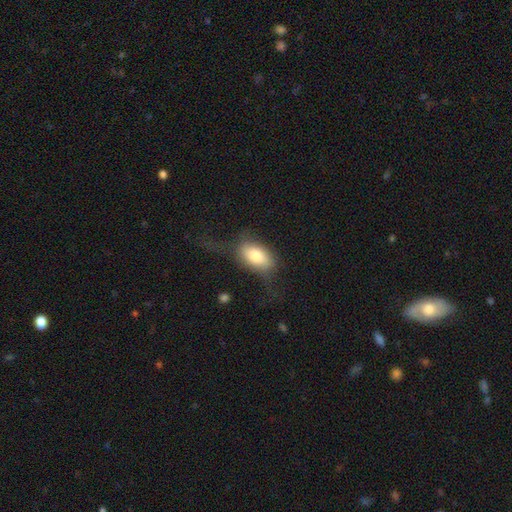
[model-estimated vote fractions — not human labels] A smooth galaxy with no disk features (72%) that is in between round and cigar-shaped (90%).

Vote fractions:
- Smooth or featured? smooth: 72% / featured or disk: 21% / star or artifact: 7%
- How rounded? in between: 90% / round: 6% / cigar-shaped: 4%
- Merging? none: 44% / major disturbance: 31% / minor disturbance: 24% / merger: 2%